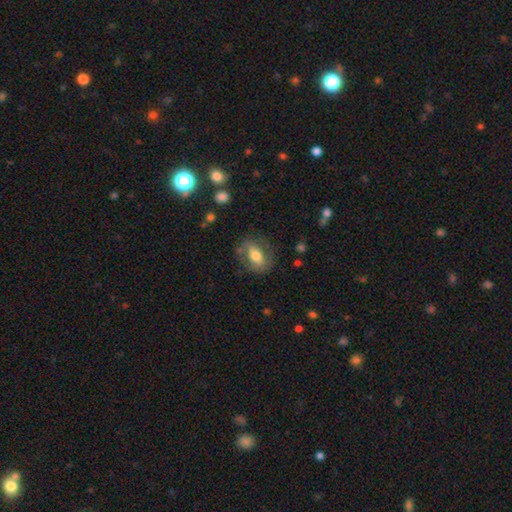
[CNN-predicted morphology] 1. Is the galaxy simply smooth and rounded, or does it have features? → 49% smooth, 44% featured or disk, 7% star or artifact.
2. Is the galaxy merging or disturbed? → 73% none, 17% minor disturbance, 9% major disturbance, 2% merger.